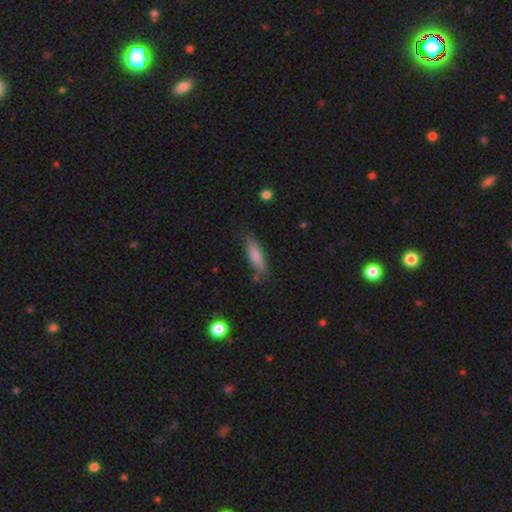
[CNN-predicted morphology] Smooth or featured? Predicted: smooth (p=0.78). How rounded? Predicted: cigar-shaped (p=0.64). Merging? Predicted: none (p=0.75).